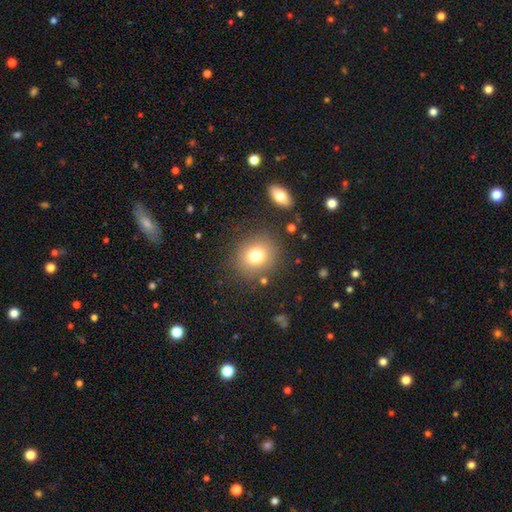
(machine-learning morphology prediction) smooth_or_featured: smooth (p=0.76) [alt: star or artifact p=0.13]
how_rounded: round (p=0.81) [alt: in between p=0.18]
merging: none (p=0.83) [alt: minor disturbance p=0.09]